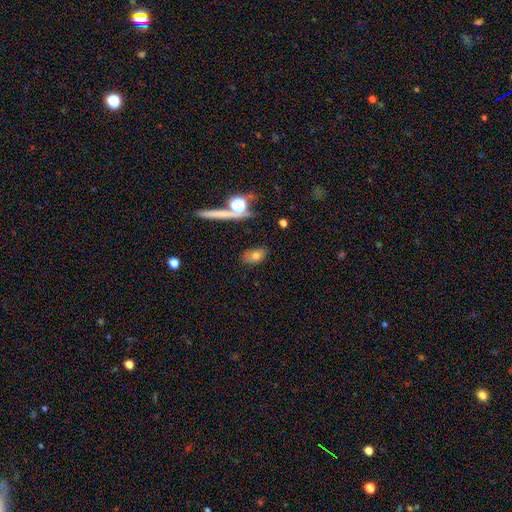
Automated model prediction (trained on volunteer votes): Q: Smooth or featured?
A: smooth (69%); runner-up: featured or disk (16%)
Q: How rounded?
A: in between (81%); runner-up: round (14%)
Q: Merging?
A: none (78%); runner-up: minor disturbance (14%)